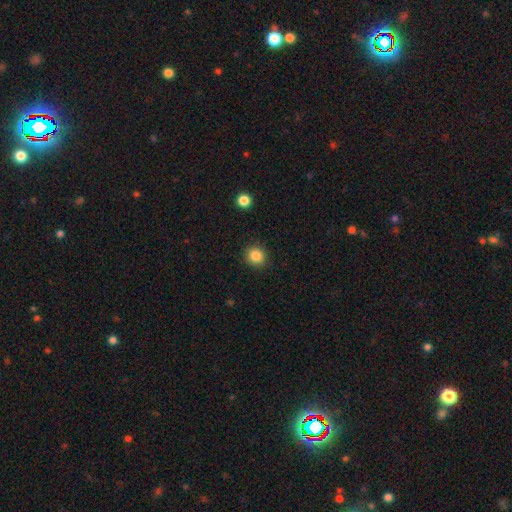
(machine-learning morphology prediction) Smooth or featured? smooth (85%)
How rounded? round (90%)
Merging? none (90%)